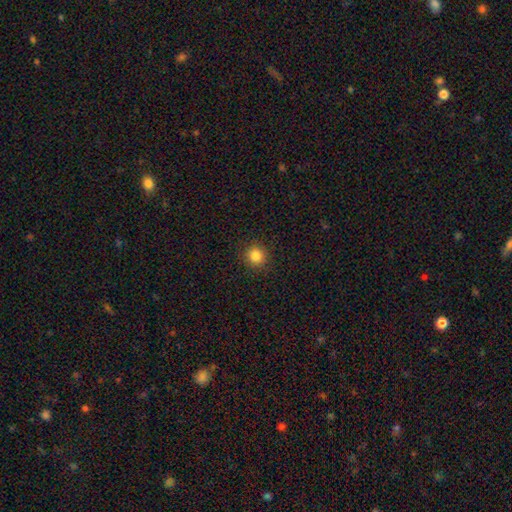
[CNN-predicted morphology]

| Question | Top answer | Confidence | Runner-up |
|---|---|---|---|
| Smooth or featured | smooth | 84% | star or artifact (12%) |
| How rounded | round | 92% | in between (7%) |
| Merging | none | 91% | minor disturbance (6%) |